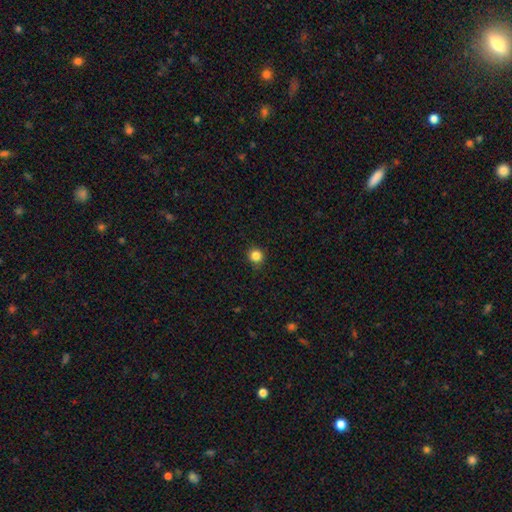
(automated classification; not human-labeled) smooth_or_featured: smooth (p=0.84) [alt: star or artifact p=0.12]
how_rounded: round (p=0.94) [alt: in between p=0.05]
merging: none (p=0.89) [alt: minor disturbance p=0.08]